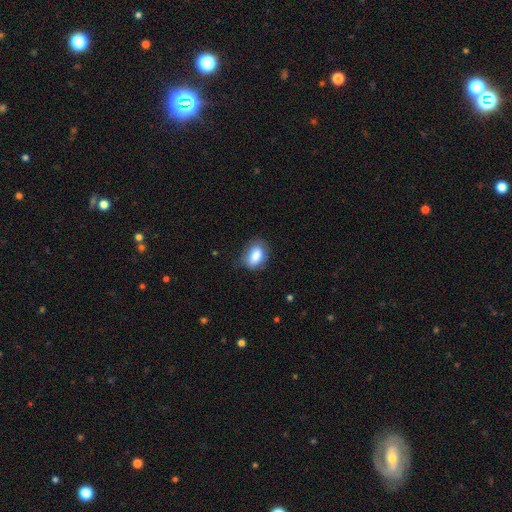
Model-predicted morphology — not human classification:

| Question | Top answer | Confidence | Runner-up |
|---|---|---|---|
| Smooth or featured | smooth | 83% | featured or disk (9%) |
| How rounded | in between | 83% | round (15%) |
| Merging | none | 69% | minor disturbance (24%) |